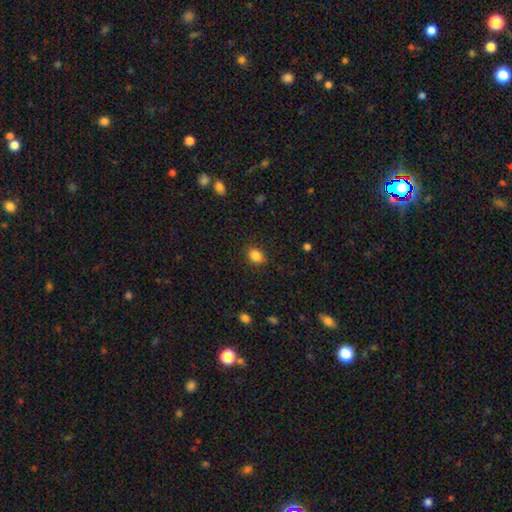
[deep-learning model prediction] Smooth or featured: smooth — 85% (star or artifact — 11%)
How rounded: round — 55% (in between — 44%)
Merging: none — 85% (minor disturbance — 11%)